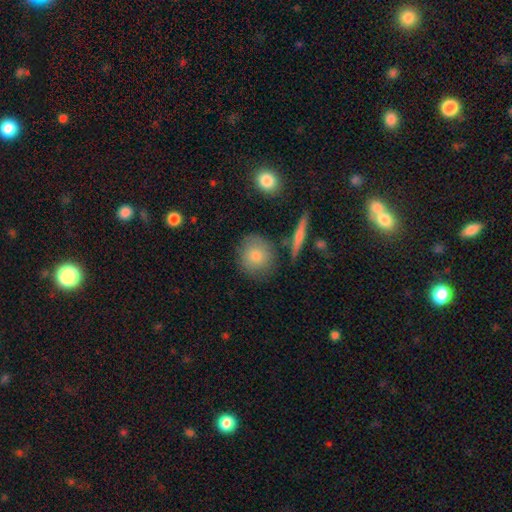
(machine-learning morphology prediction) smooth 76%, featured or disk 15%, star or artifact 9%. Down the decision tree: how rounded — round (86%); merging — none (79%).